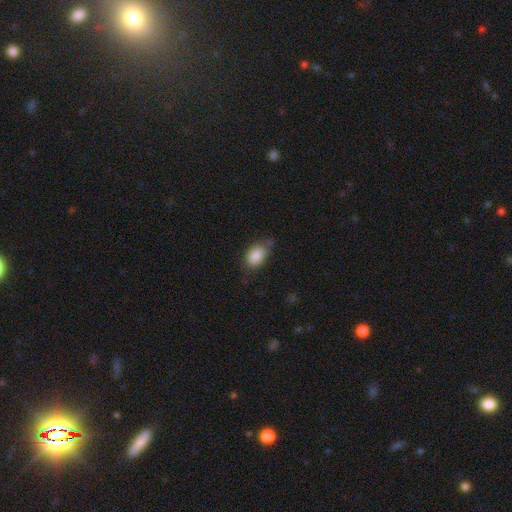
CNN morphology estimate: Smooth or featured? smooth (85%)
How rounded? in between (82%)
Merging? none (59%)